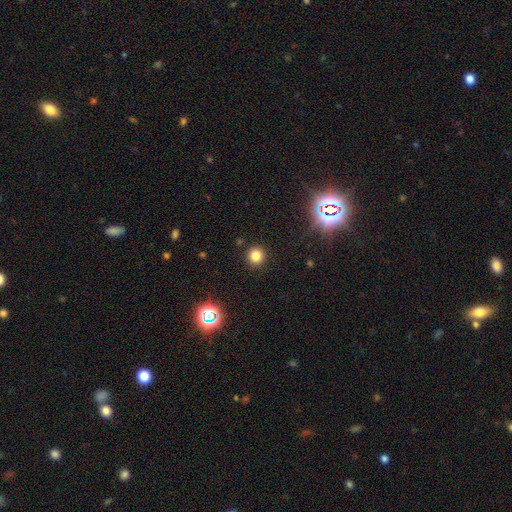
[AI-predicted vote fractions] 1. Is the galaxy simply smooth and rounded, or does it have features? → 79% smooth, 16% star or artifact, 5% featured or disk.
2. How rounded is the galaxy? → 91% round, 8% in between, 1% cigar-shaped.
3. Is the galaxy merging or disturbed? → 91% none, 6% minor disturbance, 2% major disturbance, 2% merger.